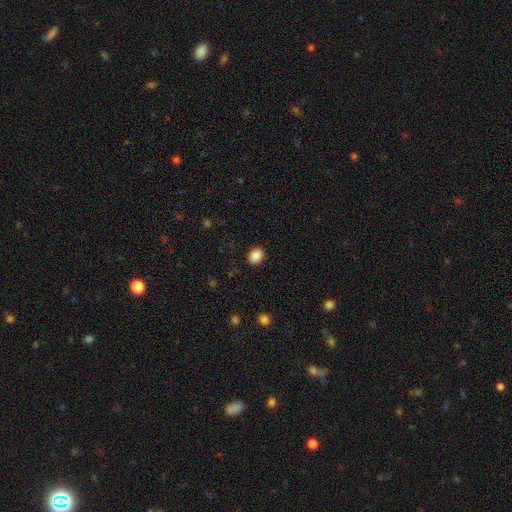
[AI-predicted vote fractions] smooth 88%, star or artifact 9%, featured or disk 3%. Down the decision tree: how rounded — round (55%); merging — none (89%).